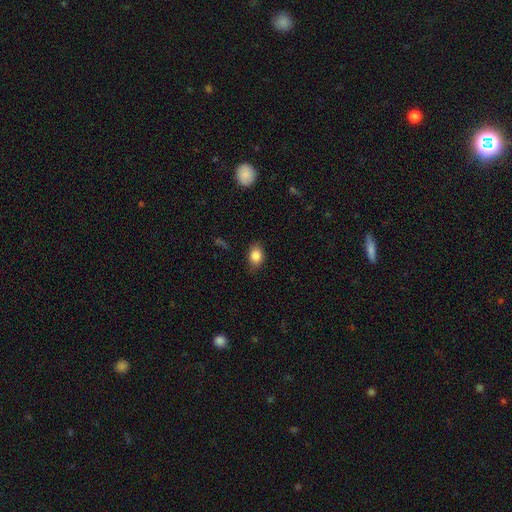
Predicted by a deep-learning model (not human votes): smooth 84%, star or artifact 9%, featured or disk 7%. Down the decision tree: how rounded — in between (67%); merging — none (79%).